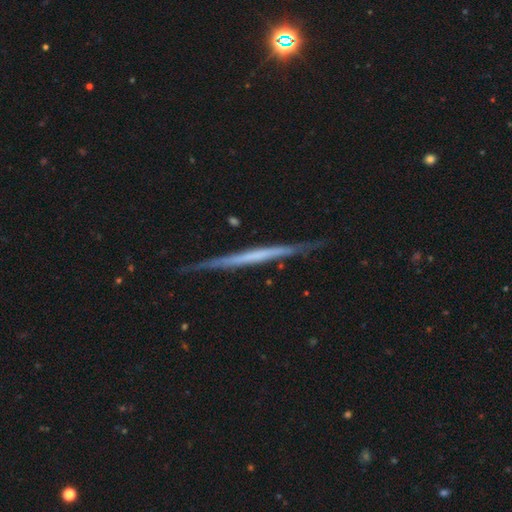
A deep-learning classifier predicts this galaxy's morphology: featured or disk 67%, smooth 27%, star or artifact 5%. Down the decision tree: edge-on disk — yes (97%); edge-on bulge — none (87%); merging — none (85%).